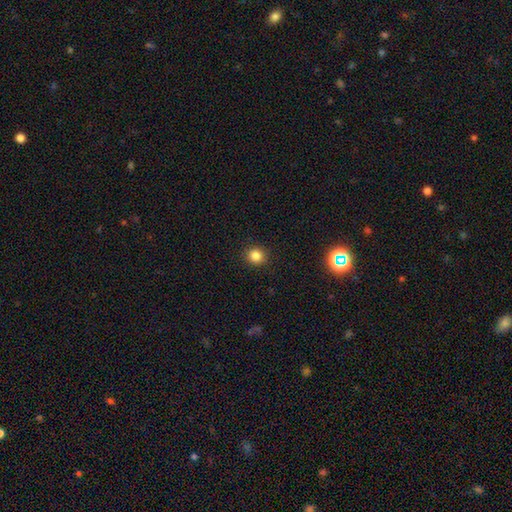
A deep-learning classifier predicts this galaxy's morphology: smooth 83%, star or artifact 12%, featured or disk 4%. Down the decision tree: how rounded — round (89%); merging — none (91%).